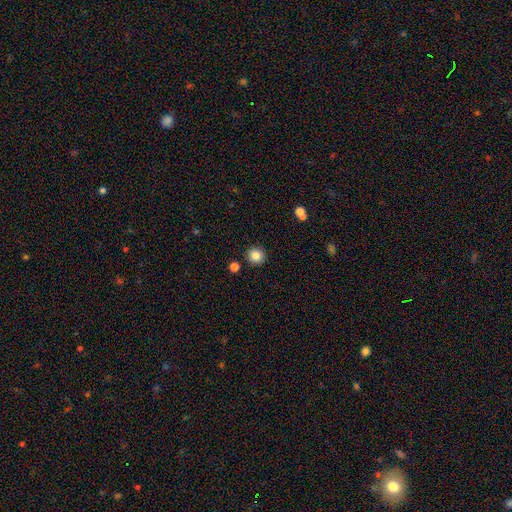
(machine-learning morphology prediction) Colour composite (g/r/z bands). It shows a smooth galaxy with no disk features (83%) that is round (93%). Merging: none (90%).